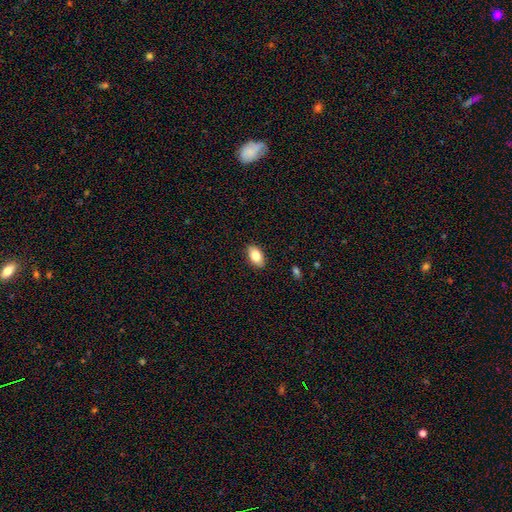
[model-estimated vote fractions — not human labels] smooth_or_featured: smooth (p=0.83) [alt: featured or disk p=0.09]
how_rounded: in between (p=0.91) [alt: round p=0.06]
merging: none (p=0.88) [alt: minor disturbance p=0.09]